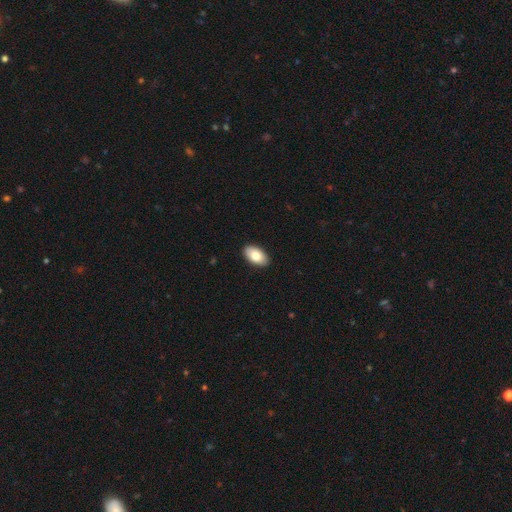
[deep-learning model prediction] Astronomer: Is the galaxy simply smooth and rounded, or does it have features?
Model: smooth — 79%.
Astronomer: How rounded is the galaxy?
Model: in between — 95%.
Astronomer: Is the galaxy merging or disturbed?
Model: none — 91%.